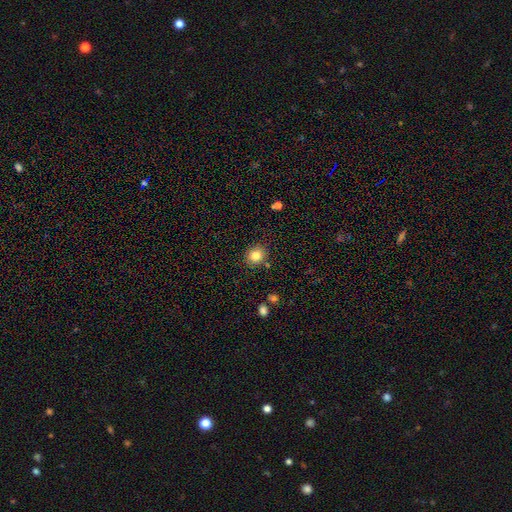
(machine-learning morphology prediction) Q: Smooth or featured?
A: smooth (82%); runner-up: star or artifact (10%)
Q: How rounded?
A: round (73%); runner-up: in between (26%)
Q: Merging?
A: none (84%); runner-up: minor disturbance (10%)